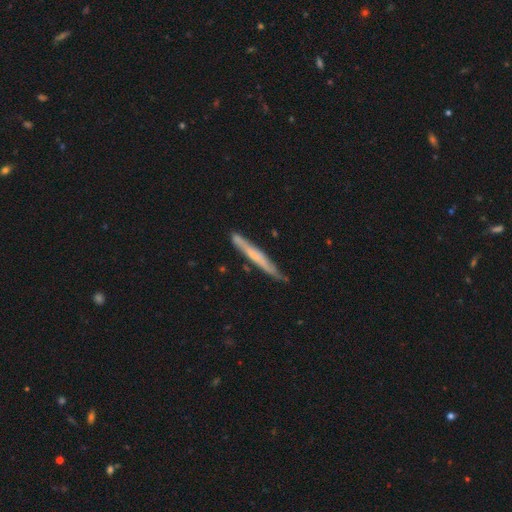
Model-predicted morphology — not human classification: Q: Smooth or featured?
A: featured or disk (54%); runner-up: smooth (40%)
Q: Edge-on disk?
A: yes (93%); runner-up: no (7%)
Q: Merging?
A: none (77%); runner-up: minor disturbance (18%)